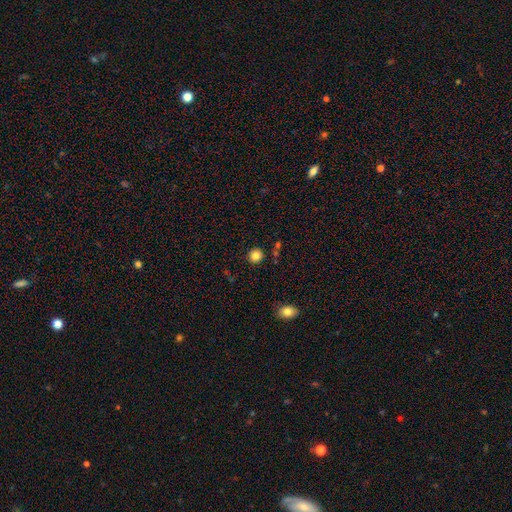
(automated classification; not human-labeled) This is clearly a smooth galaxy (84%). How rounded: clearly round (90%). Merging: clearly none (89%).